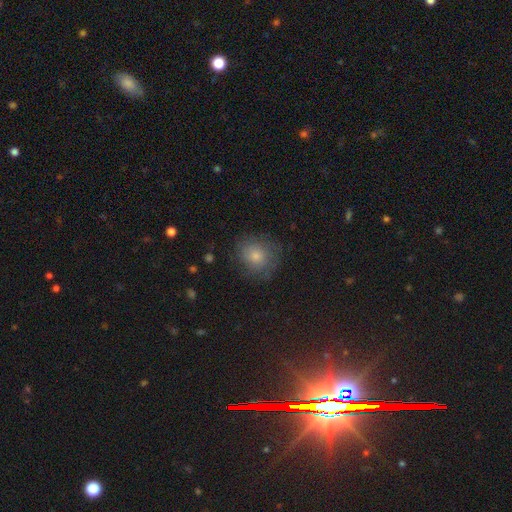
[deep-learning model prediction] A smooth galaxy with no disk features (59%) that is round (84%).

Vote fractions:
- Smooth or featured? smooth: 59% / star or artifact: 21% / featured or disk: 20%
- How rounded? round: 84% / in between: 15% / cigar-shaped: 1%
- Merging? none: 78% / minor disturbance: 15% / major disturbance: 6% / merger: 1%